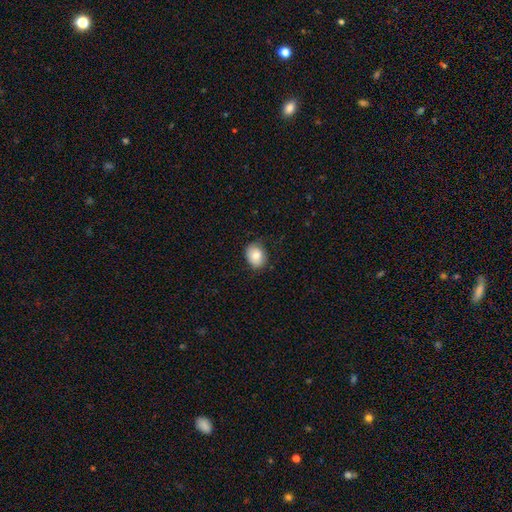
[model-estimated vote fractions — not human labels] smooth 82%, featured or disk 10%, star or artifact 8%. Down the decision tree: how rounded — in between (59%); merging — none (78%).